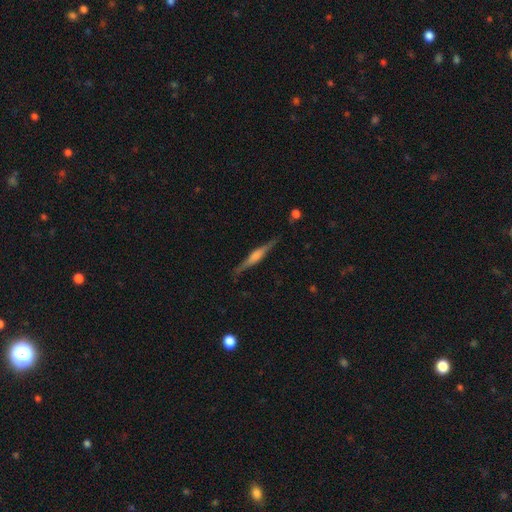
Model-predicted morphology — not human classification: featured or disk 74%, smooth 20%, star or artifact 6%. Down the decision tree: edge-on disk — yes (98%); edge-on bulge — rounded (56%); merging — none (88%).